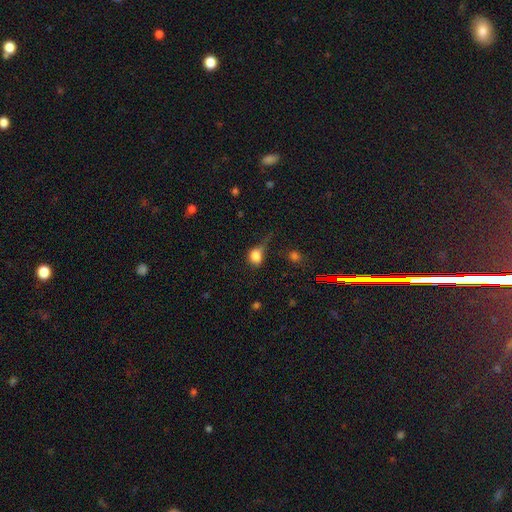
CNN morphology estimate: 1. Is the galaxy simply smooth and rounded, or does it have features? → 78% smooth, 12% star or artifact, 10% featured or disk.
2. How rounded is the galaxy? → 60% round, 38% in between, 2% cigar-shaped.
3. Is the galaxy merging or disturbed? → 33% none, 31% major disturbance, 31% minor disturbance, 6% merger.